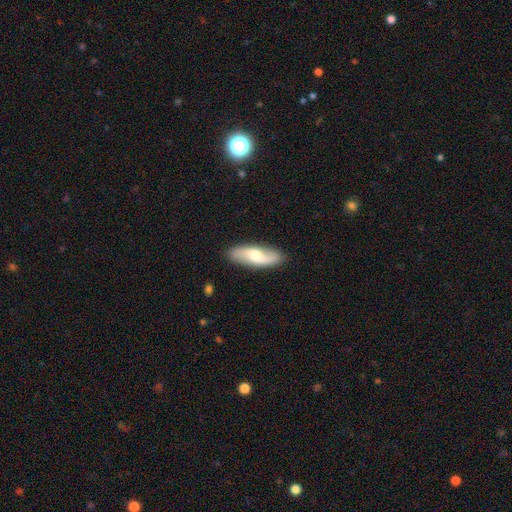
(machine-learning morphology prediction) Overall: featured or disk (54%; smooth 41%). Edge-on disk: no (84%). Merging: none (85%).